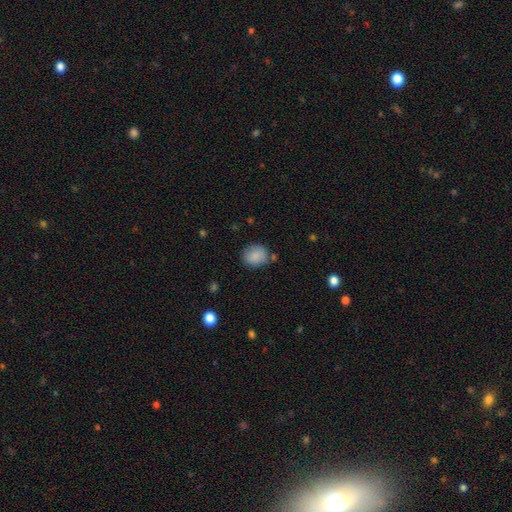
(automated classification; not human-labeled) This is clearly a smooth galaxy (86%). How rounded: likely round (73%). Merging: likely none (76%).